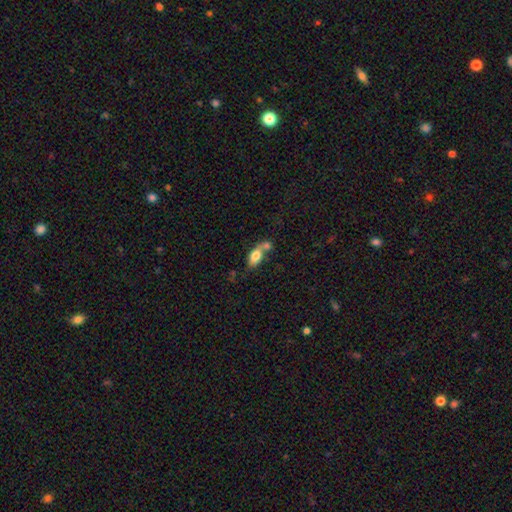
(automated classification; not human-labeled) smooth 75%, featured or disk 18%, star or artifact 7%. Down the decision tree: how rounded — in between (87%); merging — merger (51%).